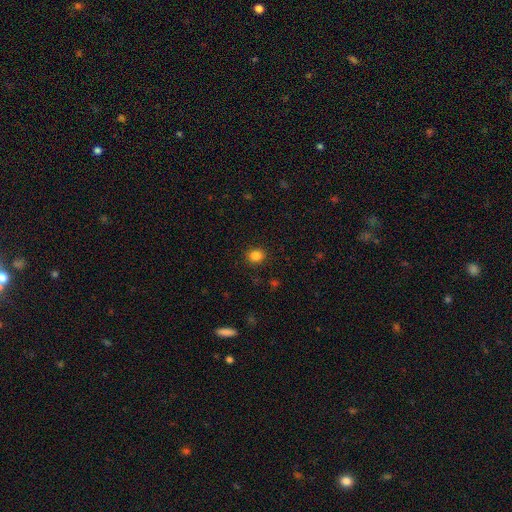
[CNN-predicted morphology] A smooth galaxy with no disk features (84%) that is round (75%).

Vote fractions:
- Smooth or featured? smooth: 84% / star or artifact: 12% / featured or disk: 4%
- How rounded? round: 75% / in between: 25% / cigar-shaped: 1%
- Merging? none: 89% / minor disturbance: 7% / major disturbance: 2% / merger: 1%